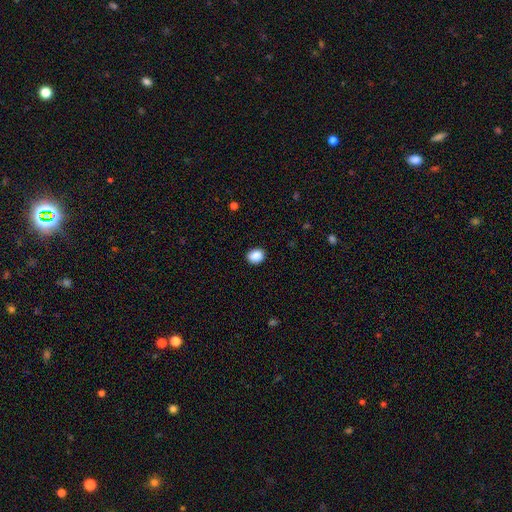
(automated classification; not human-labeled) Overall: smooth (89%). How rounded: round (59%; in between 41%). Merging: none (89%).